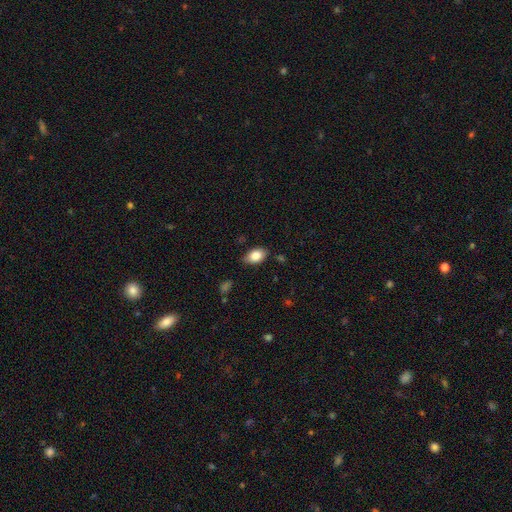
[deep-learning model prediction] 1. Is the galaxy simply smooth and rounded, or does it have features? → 83% smooth, 9% featured or disk, 8% star or artifact.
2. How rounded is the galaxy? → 88% in between, 10% round, 2% cigar-shaped.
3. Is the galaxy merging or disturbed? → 78% none, 17% minor disturbance, 3% major disturbance, 1% merger.